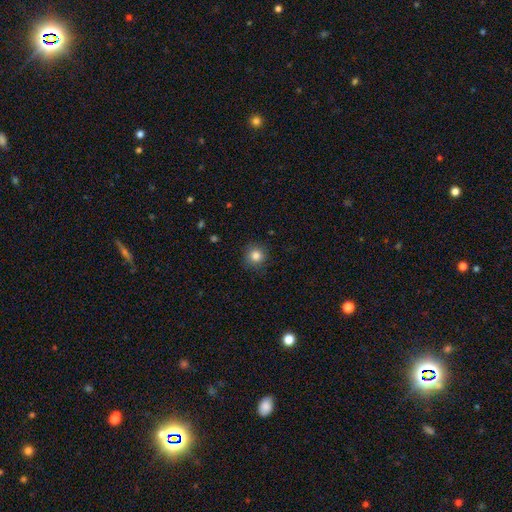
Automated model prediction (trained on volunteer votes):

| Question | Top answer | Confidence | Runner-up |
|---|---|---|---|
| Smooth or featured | smooth | 84% | star or artifact (11%) |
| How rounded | round | 92% | in between (7%) |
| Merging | none | 86% | minor disturbance (10%) |